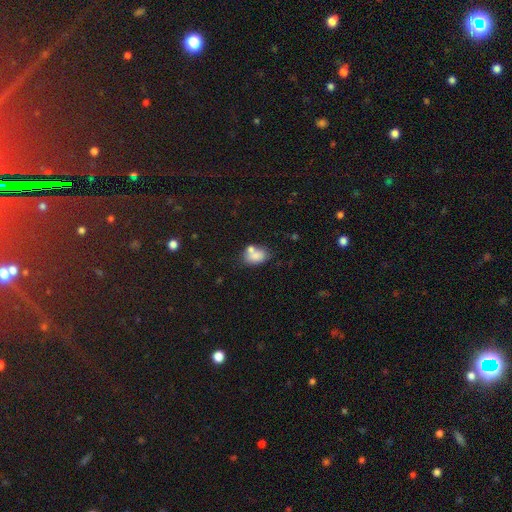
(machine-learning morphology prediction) Overall: smooth (79%). How rounded: in between (79%). Merging: none (48%; merger 31%).